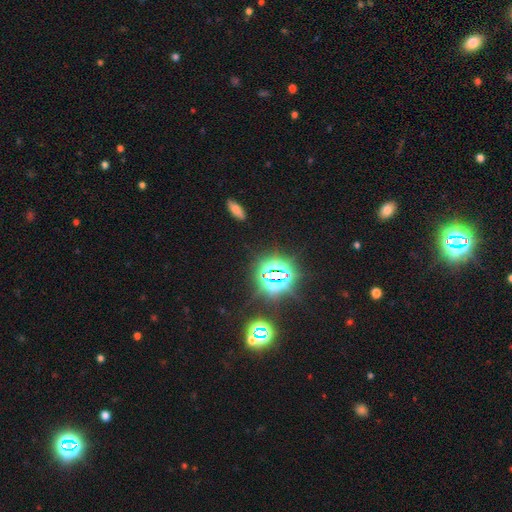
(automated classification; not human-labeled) Smooth or featured? Predicted: star or artifact (p=0.75).